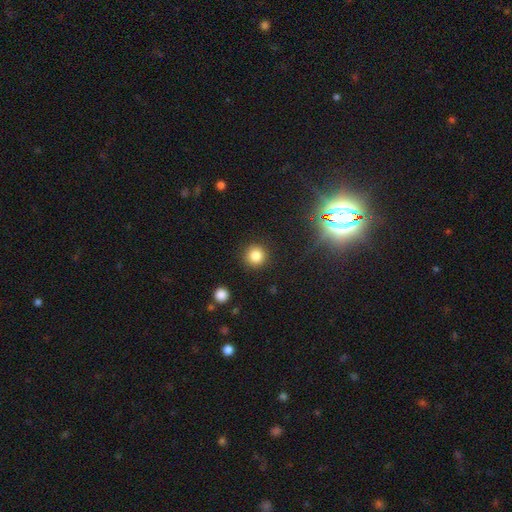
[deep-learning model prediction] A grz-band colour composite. It shows a smooth galaxy with no disk features (81%) that is round (94%). Merging: none (90%).